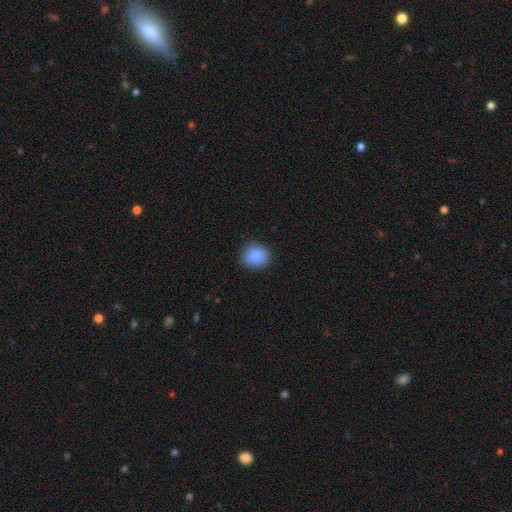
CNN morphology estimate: This appears to be a smooth galaxy with no disk features (89%) that is round (67%). Merging: none (85%).